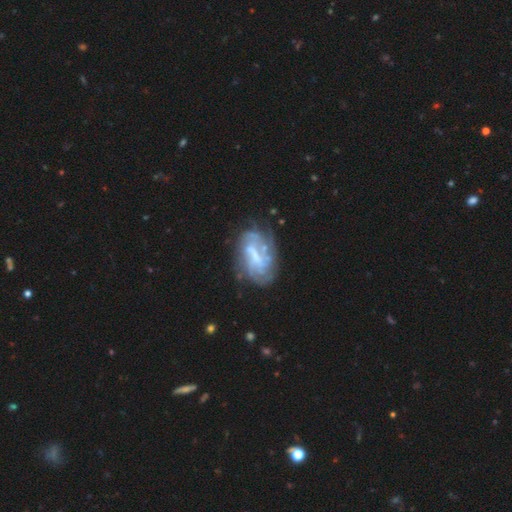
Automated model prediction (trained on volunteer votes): Smooth or featured? featured or disk (76%)
Edge-on disk? no (96%)
Bar? weak (45%)
Spiral arms? yes (79%)
Spiral winding? tight (51%)
Spiral arm count? can't tell (52%)
Bulge size? none (38%)
Merging? none (57%)